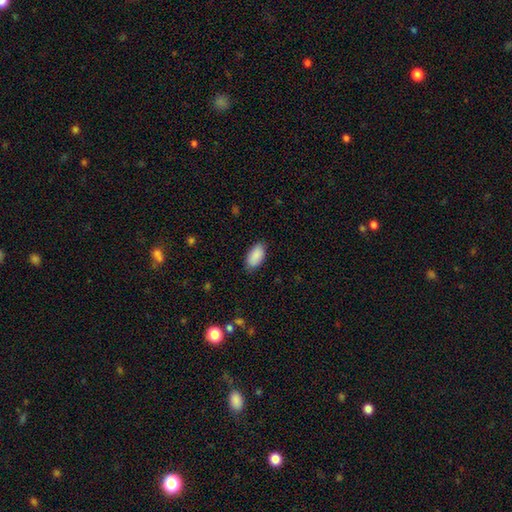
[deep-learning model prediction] Smooth or featured? Predicted: smooth (p=0.90). How rounded? Predicted: in between (p=0.94). Merging? Predicted: none (p=0.86).